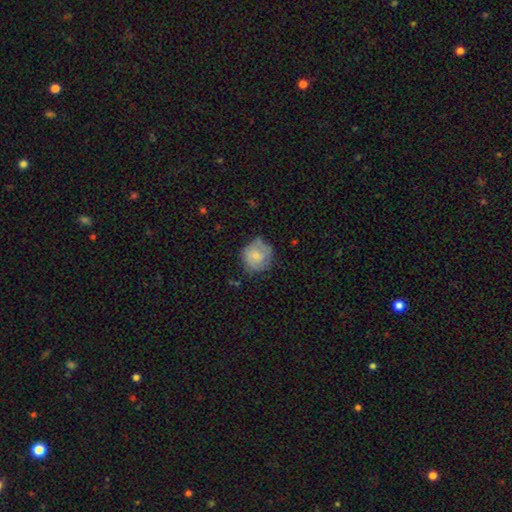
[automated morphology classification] Smooth or featured: smooth — 63% (featured or disk — 30%)
How rounded: round — 86% (in between — 13%)
Merging: none — 58% (minor disturbance — 29%)